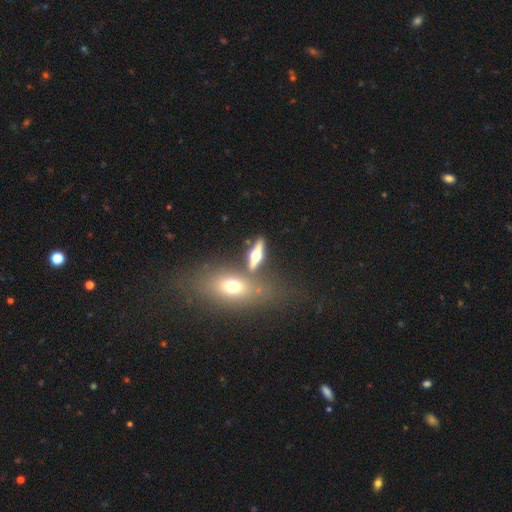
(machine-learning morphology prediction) Smooth or featured? Predicted: featured or disk (p=0.63). Edge-on disk? Predicted: yes (p=0.90). Edge-on bulge? Predicted: rounded (p=0.96). Merging? Predicted: none (p=0.66).